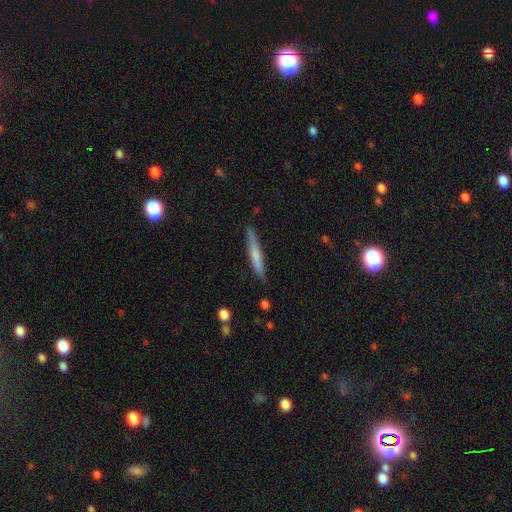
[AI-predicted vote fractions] Morphology: type=smooth (60%); roundness=cigar-shaped (94%); merging=none (85%).